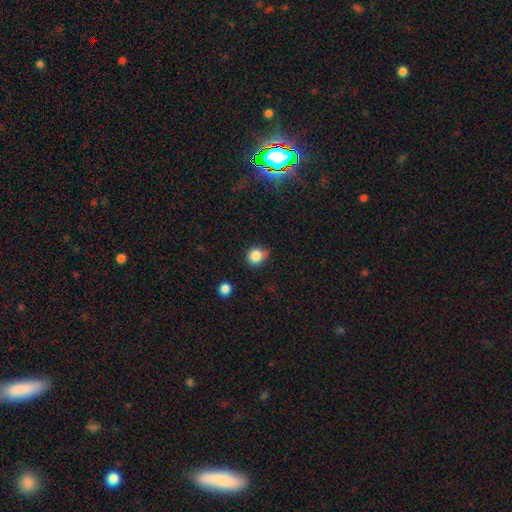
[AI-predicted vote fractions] Smooth or featured? smooth (84%)
How rounded? round (86%)
Merging? none (72%)